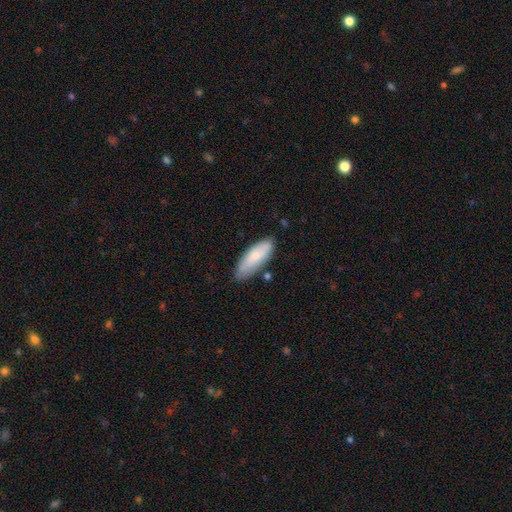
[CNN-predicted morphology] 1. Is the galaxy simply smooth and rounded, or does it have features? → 76% smooth, 18% featured or disk, 6% star or artifact.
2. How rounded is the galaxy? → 68% in between, 30% cigar-shaped, 2% round.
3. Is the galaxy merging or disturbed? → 76% none, 18% minor disturbance, 3% merger, 3% major disturbance.